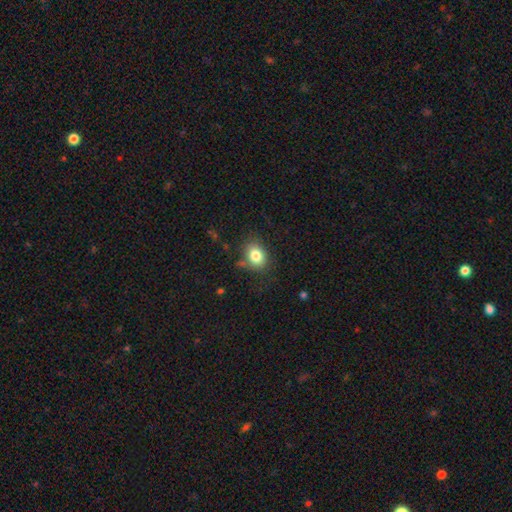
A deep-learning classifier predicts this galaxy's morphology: Smooth or featured? smooth (81%)
How rounded? in between (60%)
Merging? none (75%)